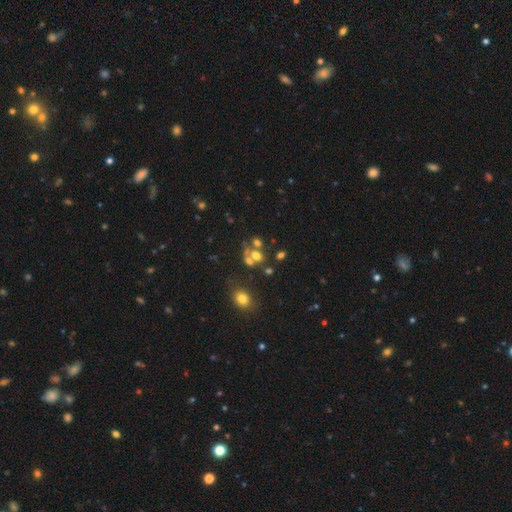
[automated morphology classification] Overall: smooth (53%; featured or disk 25%). How rounded: in between (51%; round 48%). Merging: merger (45%; none 35%).